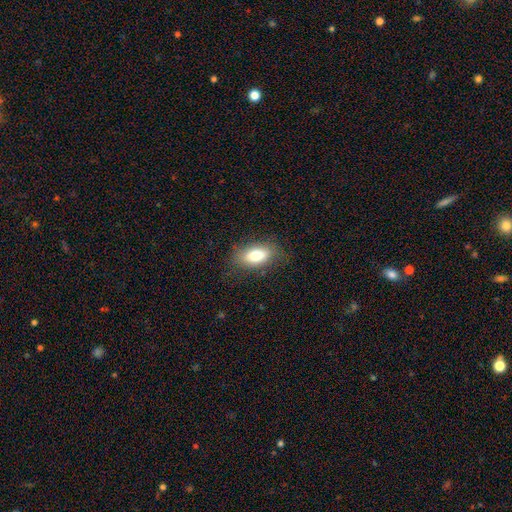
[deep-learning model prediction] This appears to be a smooth galaxy with no disk features (77%) that is in between round and cigar-shaped (88%). Merging: none (80%).